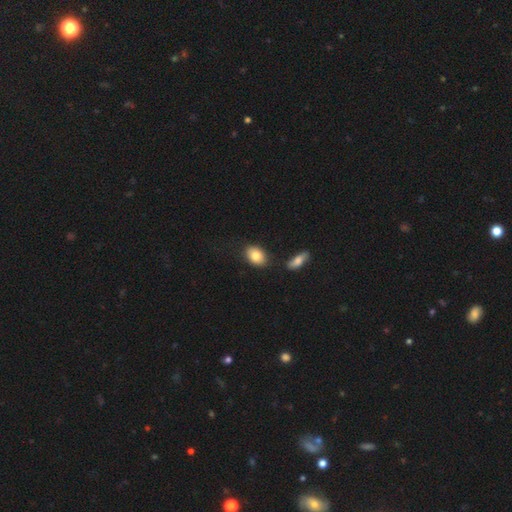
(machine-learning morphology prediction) A smooth galaxy with no disk features (81%) that is in between round and cigar-shaped (83%). Merging: none (78%).